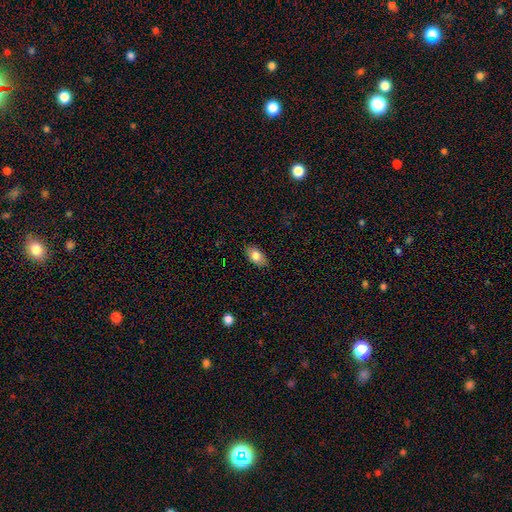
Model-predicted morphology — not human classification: Smooth or featured? smooth (81%)
How rounded? in between (91%)
Merging? none (86%)